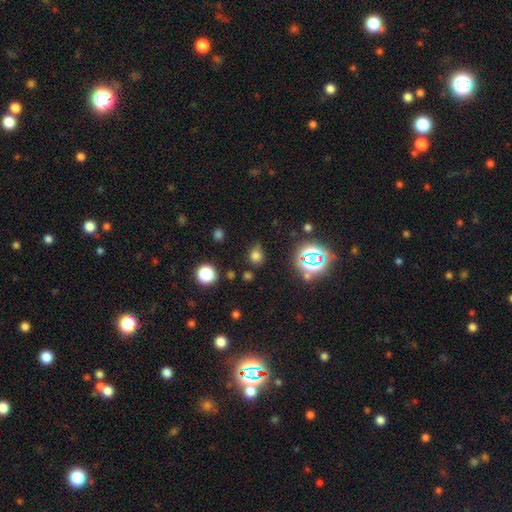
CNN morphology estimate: Q: Smooth or featured?
A: smooth (67%); runner-up: star or artifact (26%)
Q: How rounded?
A: round (65%); runner-up: in between (33%)
Q: Merging?
A: none (69%); runner-up: minor disturbance (20%)